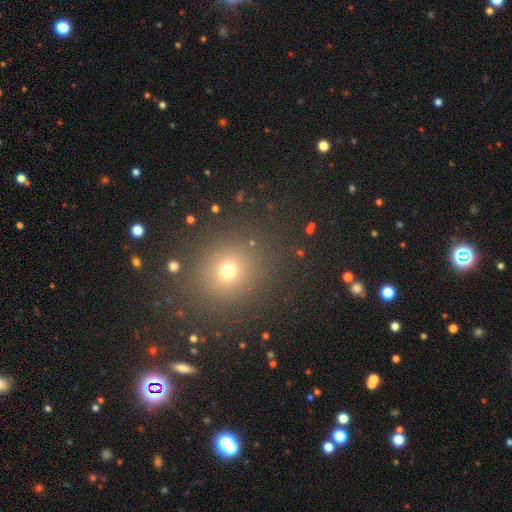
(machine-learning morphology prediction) smooth_or_featured: smooth (p=0.55) [alt: star or artifact p=0.37]
how_rounded: round (p=0.81) [alt: in between p=0.18]
merging: none (p=0.88) [alt: minor disturbance p=0.07]